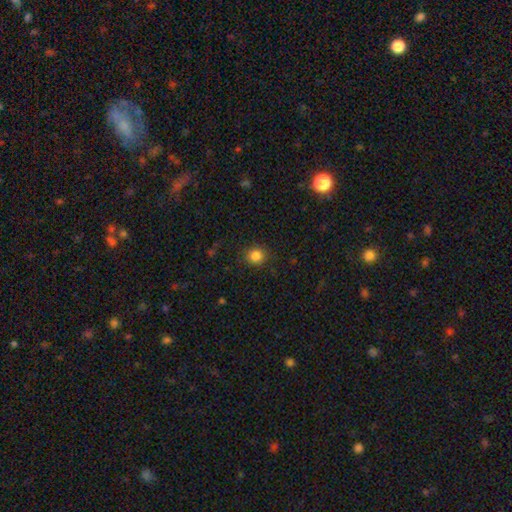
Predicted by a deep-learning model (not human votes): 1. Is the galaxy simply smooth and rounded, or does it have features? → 84% smooth, 11% star or artifact, 4% featured or disk.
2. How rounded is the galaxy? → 83% round, 16% in between, 1% cigar-shaped.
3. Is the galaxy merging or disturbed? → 87% none, 9% minor disturbance, 3% major disturbance, 1% merger.